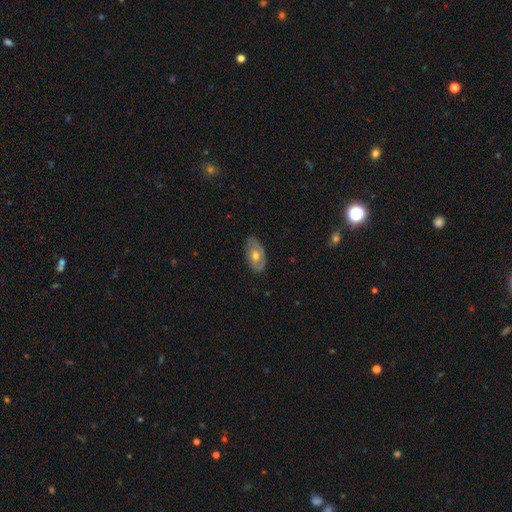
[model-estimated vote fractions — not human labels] The model was most divided on "smooth or featured": featured or disk: 50%, smooth: 43%, star or artifact: 7%. More confident: merging — none (76%).